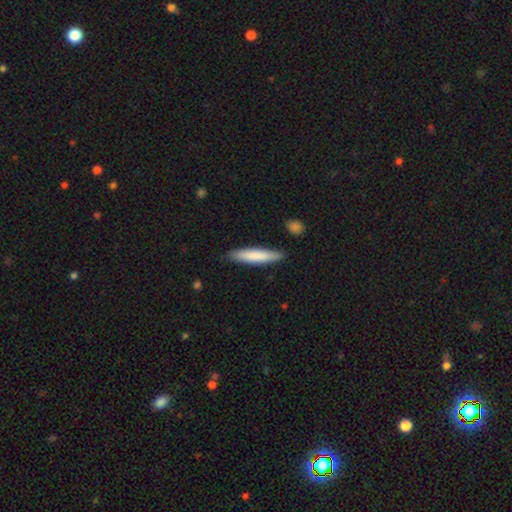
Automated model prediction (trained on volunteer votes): Smooth or featured? smooth (78%)
How rounded? cigar-shaped (89%)
Merging? none (86%)